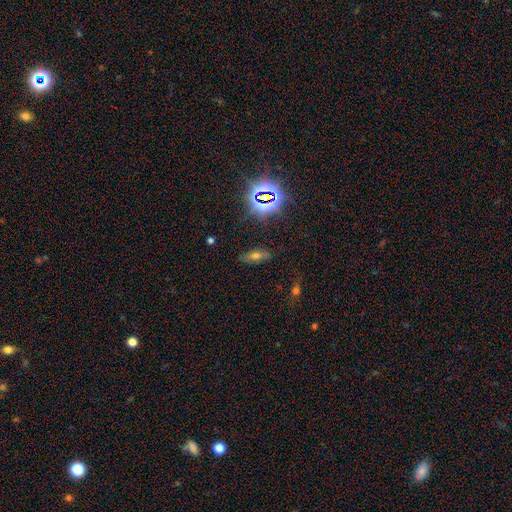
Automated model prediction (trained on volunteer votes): Q: Smooth or featured?
A: smooth (43%); runner-up: star or artifact (35%)
Q: Merging?
A: none (83%); runner-up: minor disturbance (12%)